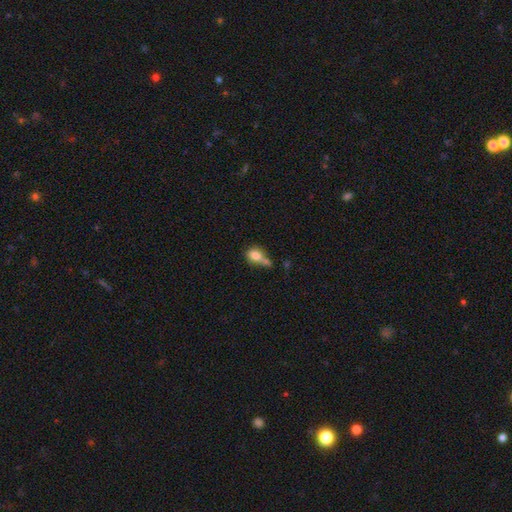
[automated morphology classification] smooth 78%, featured or disk 13%, star or artifact 10%. Down the decision tree: how rounded — in between (58%); merging — merger (40%).